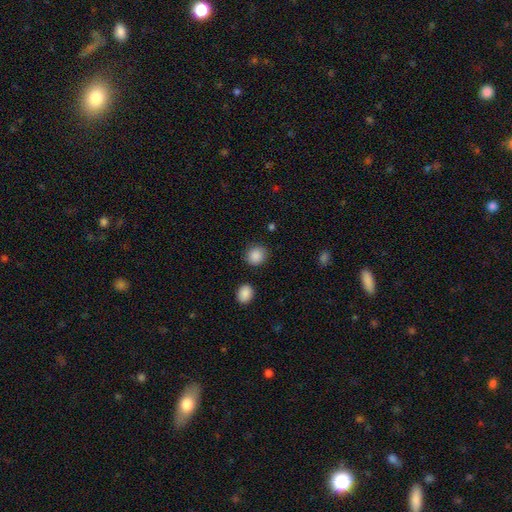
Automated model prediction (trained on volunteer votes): Smooth or featured? smooth (88%)
How rounded? round (79%)
Merging? none (85%)